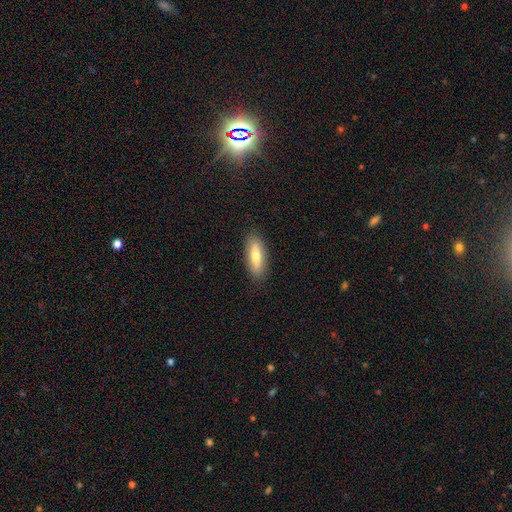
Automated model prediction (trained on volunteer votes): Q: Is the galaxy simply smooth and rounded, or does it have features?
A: smooth — 68%.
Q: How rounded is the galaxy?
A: in between — 59%.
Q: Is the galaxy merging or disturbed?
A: none — 87%.